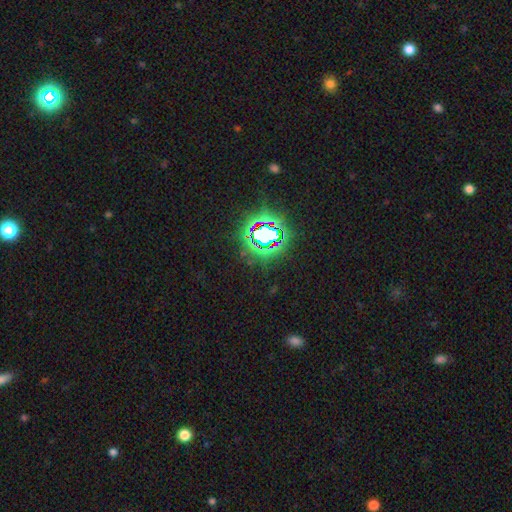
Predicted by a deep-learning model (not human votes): A star or artifact, not a galaxy (83%).

Vote fractions:
- Smooth or featured? star or artifact: 83% / smooth: 10% / featured or disk: 6%